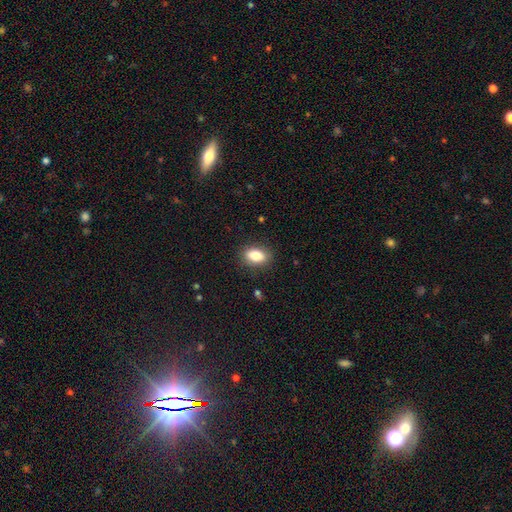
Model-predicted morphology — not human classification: A smooth galaxy with no disk features (83%) that is in between round and cigar-shaped (85%).

Vote fractions:
- Smooth or featured? smooth: 83% / featured or disk: 9% / star or artifact: 8%
- How rounded? in between: 85% / round: 12% / cigar-shaped: 3%
- Merging? none: 86% / minor disturbance: 10% / major disturbance: 3% / merger: 1%